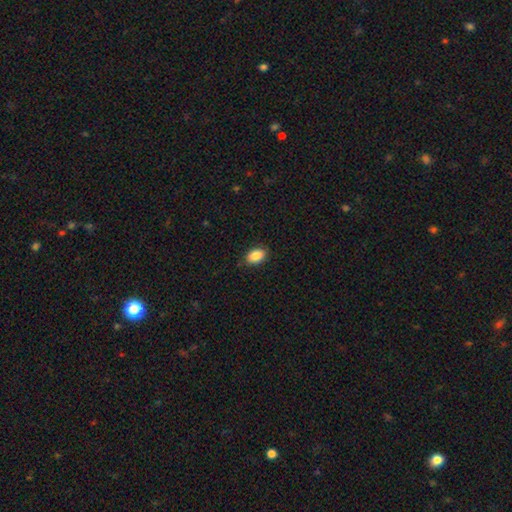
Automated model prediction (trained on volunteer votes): Smooth or featured?
  - smooth: 89% *
  - star or artifact: 7%
  - featured or disk: 4%
How rounded?
  - in between: 90% *
  - round: 8%
  - cigar-shaped: 2%
Merging?
  - none: 86% *
  - minor disturbance: 11%
  - major disturbance: 2%
  - merger: 1%